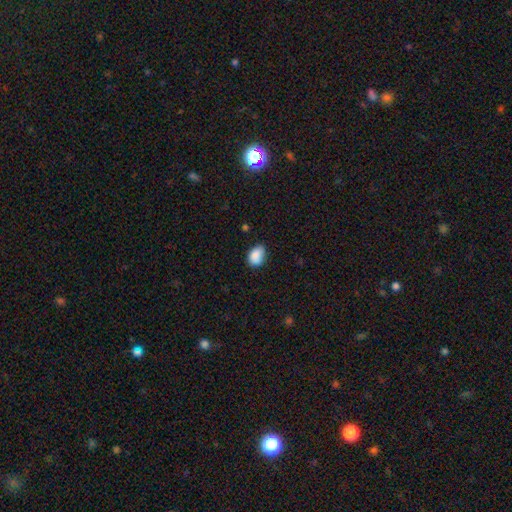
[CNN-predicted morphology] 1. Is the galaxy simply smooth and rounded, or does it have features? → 87% smooth, 8% star or artifact, 5% featured or disk.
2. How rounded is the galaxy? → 78% in between, 20% round, 1% cigar-shaped.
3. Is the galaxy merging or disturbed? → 66% none, 28% minor disturbance, 4% major disturbance, 2% merger.